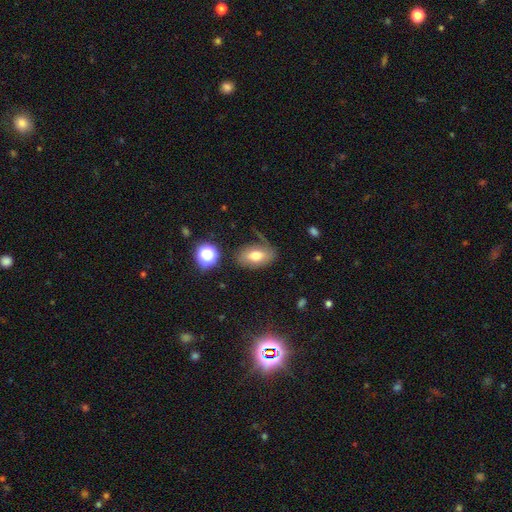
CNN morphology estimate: smooth-or-featured: smooth: 67% | featured or disk: 22% | star or artifact: 12%
  how-rounded: in between: 85% | round: 12% | cigar-shaped: 3%
  merging: none: 62% | minor disturbance: 22% | major disturbance: 12% | merger: 4%